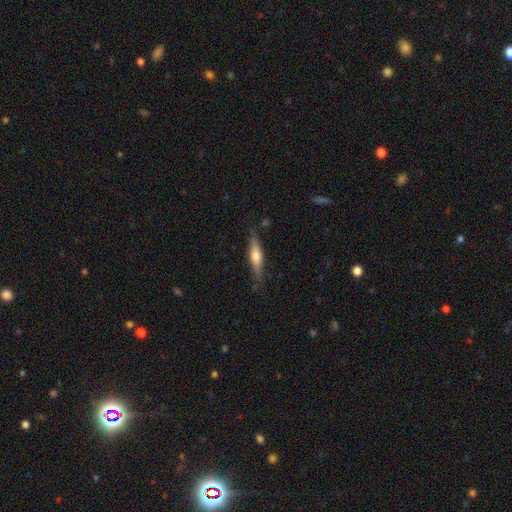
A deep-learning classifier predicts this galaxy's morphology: Smooth or featured?
  - smooth: 53% *
  - featured or disk: 42%
  - star or artifact: 6%
How rounded?
  - cigar-shaped: 77% *
  - in between: 21%
  - round: 2%
Merging?
  - none: 80% *
  - minor disturbance: 15%
  - major disturbance: 3%
  - merger: 2%